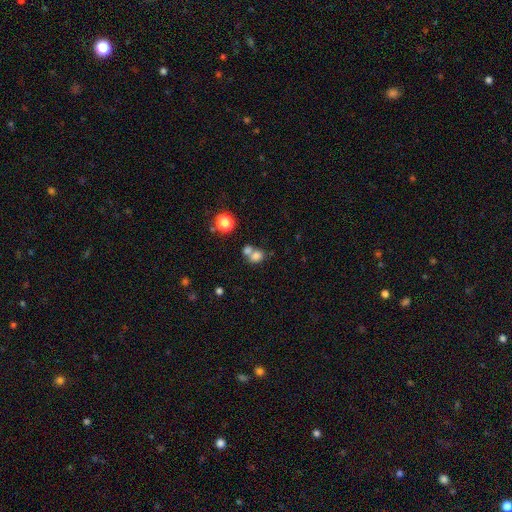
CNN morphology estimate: Smooth or featured: smooth — 76% (star or artifact — 13%)
How rounded: round — 56% (in between — 42%)
Merging: merger — 52% (none — 35%)